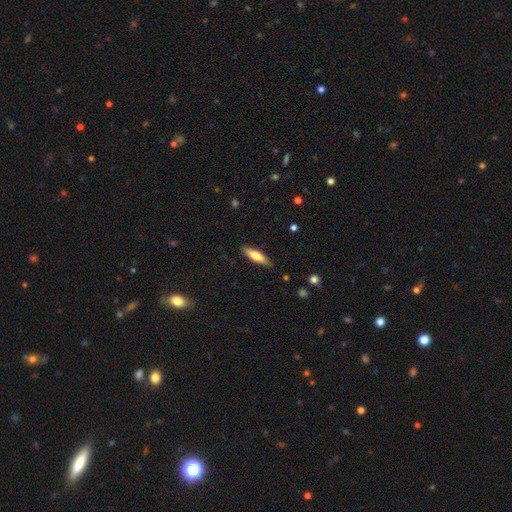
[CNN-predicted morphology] The model was most divided on "how rounded": cigar-shaped: 62%, in between: 36%, round: 2%. More confident: merging — none (87%); smooth or featured — smooth (68%).